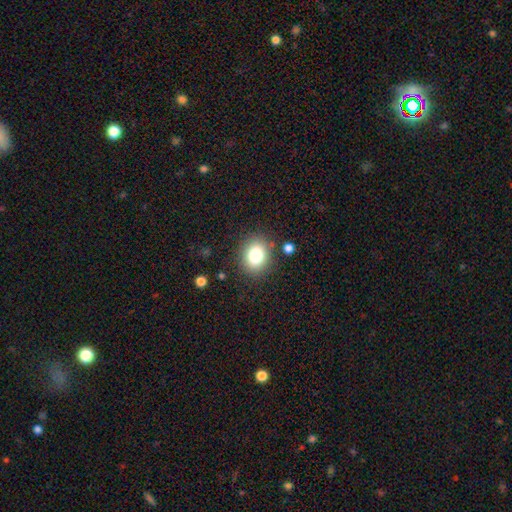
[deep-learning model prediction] Smooth or featured? Predicted: smooth (p=0.80). How rounded? Predicted: round (p=0.59). Merging? Predicted: none (p=0.85).